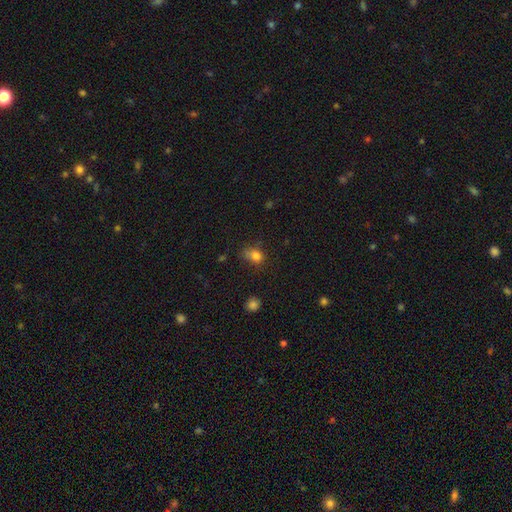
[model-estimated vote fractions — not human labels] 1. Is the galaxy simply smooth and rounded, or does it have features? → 79% smooth, 13% star or artifact, 8% featured or disk.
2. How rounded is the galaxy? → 60% in between, 39% round, 1% cigar-shaped.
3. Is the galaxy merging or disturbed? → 49% none, 32% minor disturbance, 15% major disturbance, 5% merger.